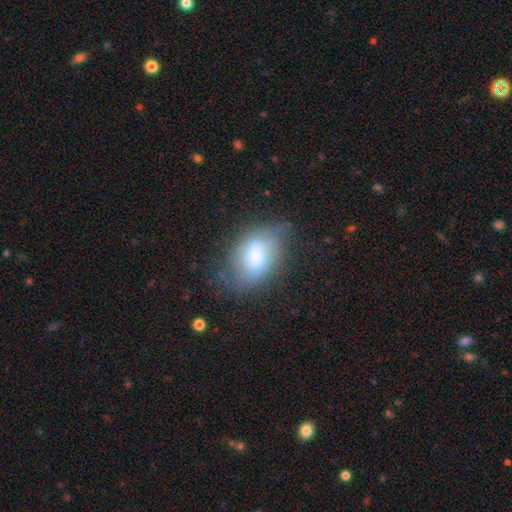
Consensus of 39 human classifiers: smooth 49%, featured or disk 46%, star or artifact 5%. Down the decision tree: how rounded — in between (58%); merging — none (68%).